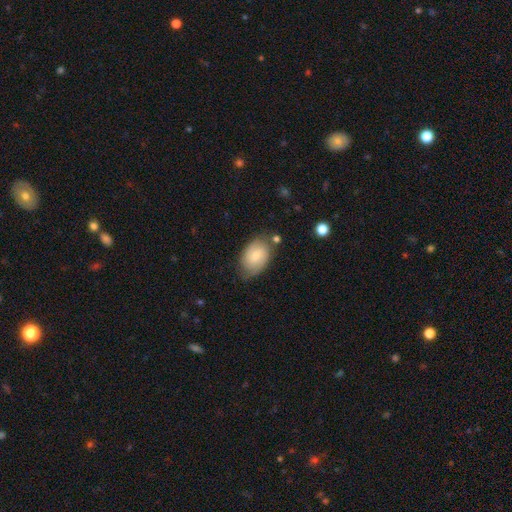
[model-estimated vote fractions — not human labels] This appears to be a smooth galaxy with no disk features (57%) that is in between round and cigar-shaped (88%). Merging: none (65%).